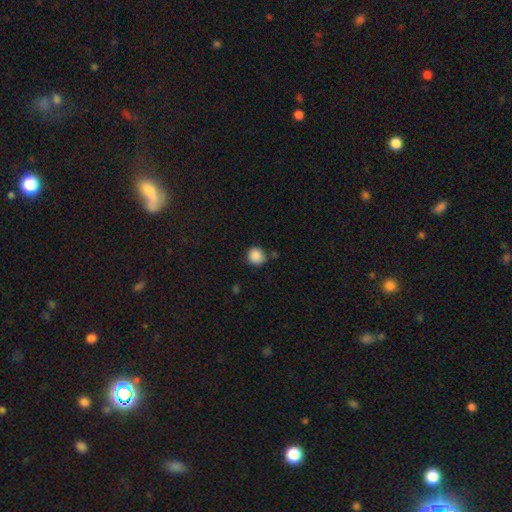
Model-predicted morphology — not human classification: Smooth or featured? smooth (88%)
How rounded? round (91%)
Merging? none (79%)